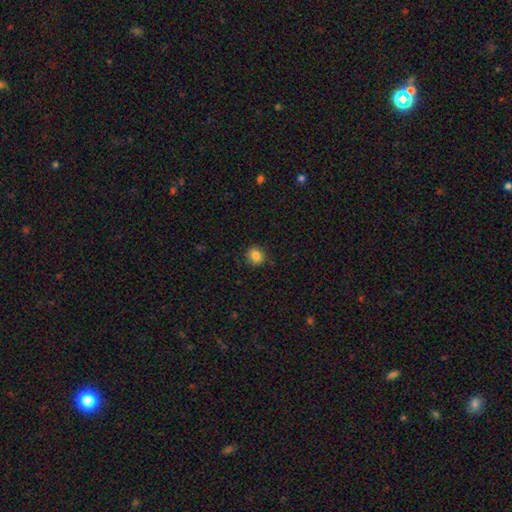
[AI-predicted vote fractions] A smooth galaxy with no disk features (85%) that is round (82%). Merging: none (88%).